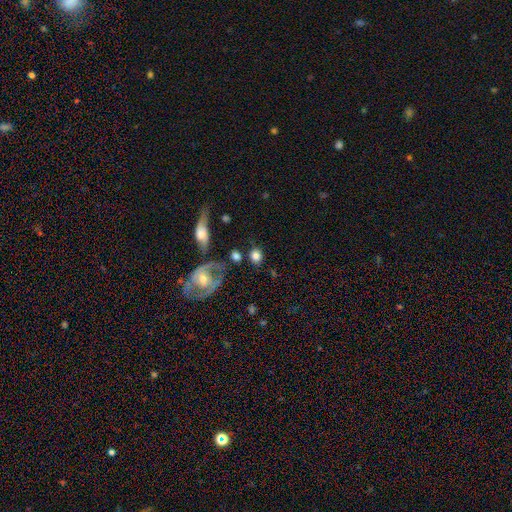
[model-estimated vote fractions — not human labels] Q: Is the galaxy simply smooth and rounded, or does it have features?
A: smooth — 75%.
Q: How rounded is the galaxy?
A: round — 72%.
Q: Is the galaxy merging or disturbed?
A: none — 67%.